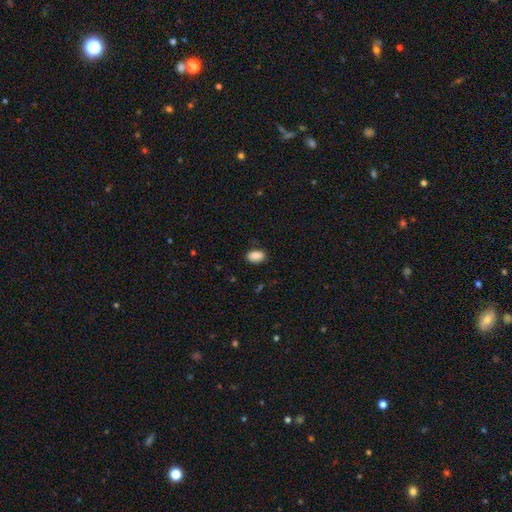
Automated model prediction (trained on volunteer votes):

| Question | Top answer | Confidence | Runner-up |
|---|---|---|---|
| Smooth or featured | smooth | 87% | star or artifact (8%) |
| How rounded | in between | 89% | round (9%) |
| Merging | none | 82% | minor disturbance (13%) |